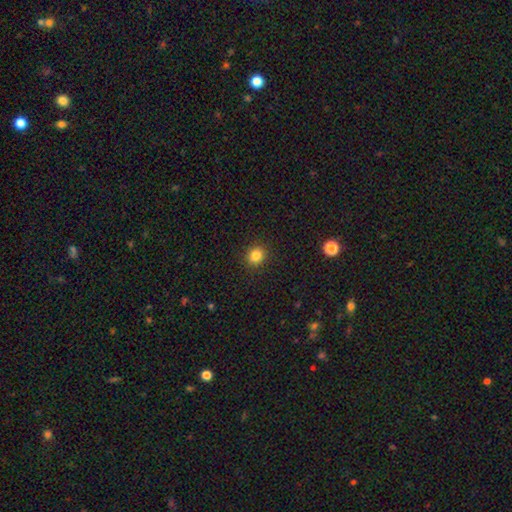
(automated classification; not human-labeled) Smooth or featured? smooth (84%)
How rounded? round (80%)
Merging? none (91%)